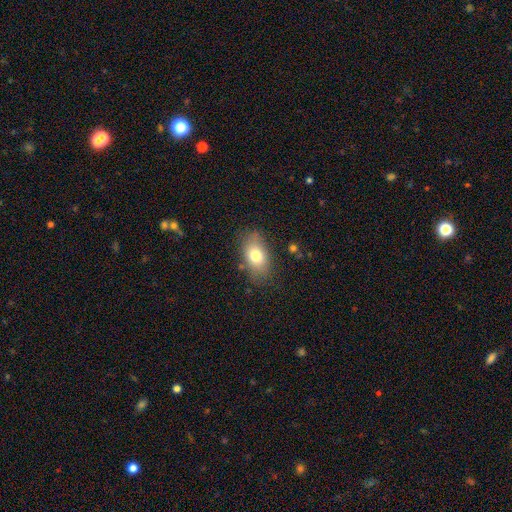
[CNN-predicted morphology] Smooth or featured?
  - smooth: 76% *
  - featured or disk: 16%
  - star or artifact: 9%
How rounded?
  - in between: 88% *
  - round: 10%
  - cigar-shaped: 3%
Merging?
  - none: 78% *
  - minor disturbance: 16%
  - major disturbance: 5%
  - merger: 2%